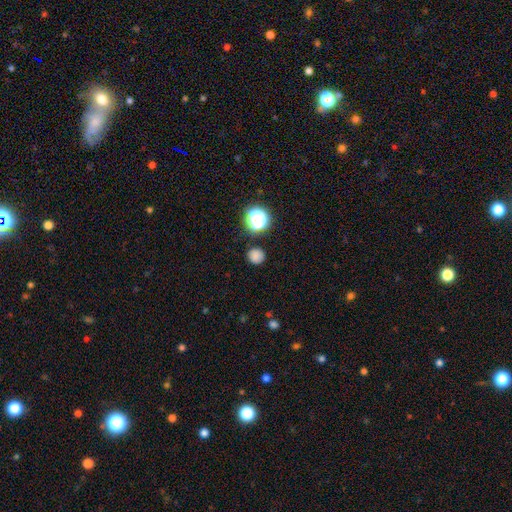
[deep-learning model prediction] This appears to be a smooth galaxy with no disk features (78%) that is round (91%). Merging: none (87%).